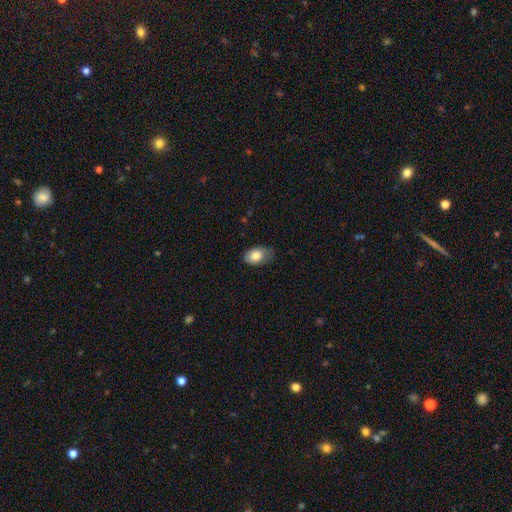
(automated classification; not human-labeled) This appears to be a smooth galaxy with no disk features (80%) that is in between round and cigar-shaped (88%). Merging: none (68%).